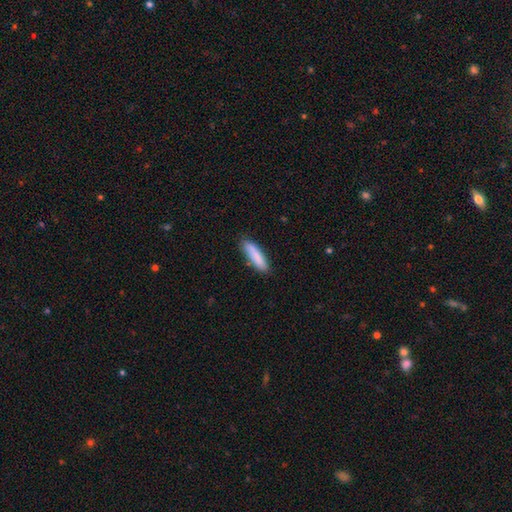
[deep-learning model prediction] smooth 87%, featured or disk 8%, star or artifact 6%. Down the decision tree: how rounded — cigar-shaped (72%); merging — none (83%).